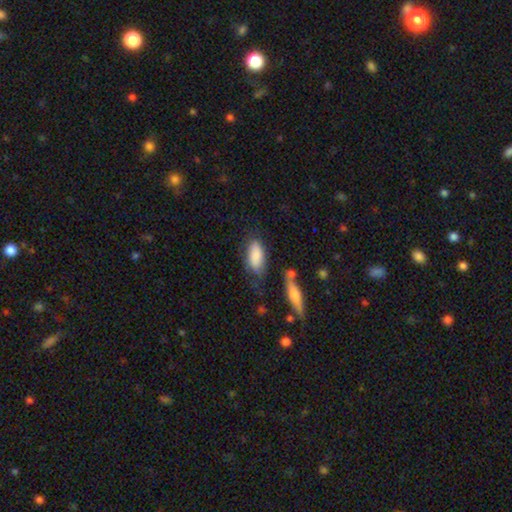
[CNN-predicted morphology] smooth 85%, featured or disk 9%, star or artifact 6%. Down the decision tree: how rounded — in between (88%); merging — none (56%).